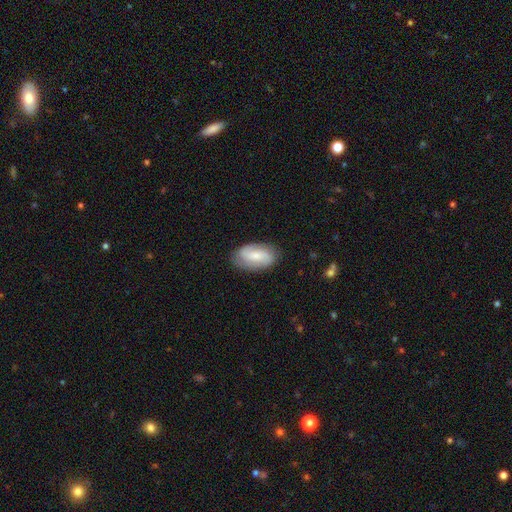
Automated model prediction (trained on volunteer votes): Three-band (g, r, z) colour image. It shows a featured or disk galaxy (58%) with no bar (43%, tied with weak), spiral arms (90%) and a small central bulge (50%). Merging: none (81%).